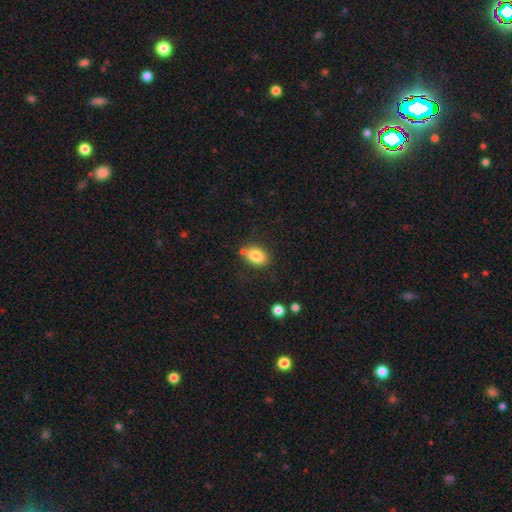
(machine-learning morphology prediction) Smooth or featured? smooth (83%)
How rounded? in between (82%)
Merging? none (73%)